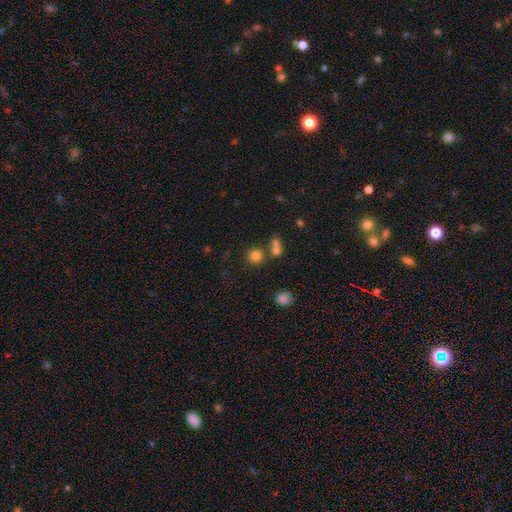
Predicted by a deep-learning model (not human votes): Morphology: type=smooth (78%); roundness=round (90%); merging=none (68%).